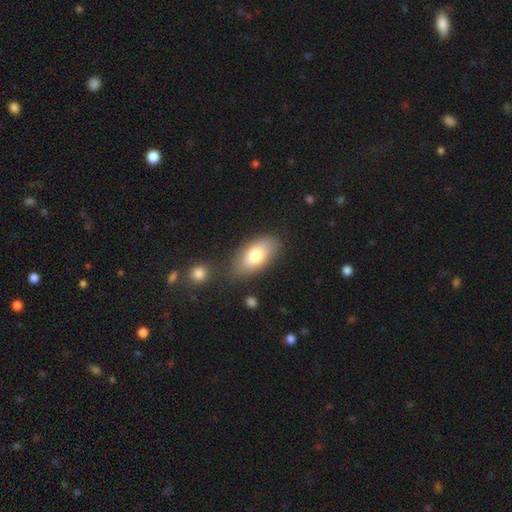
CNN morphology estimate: smooth 75%, featured or disk 18%, star or artifact 7%. Down the decision tree: how rounded — in between (90%); merging — none (75%).